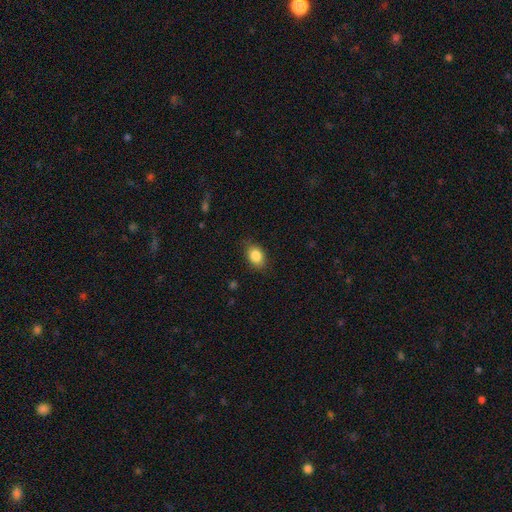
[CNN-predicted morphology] smooth_or_featured: smooth (p=0.86) [alt: star or artifact p=0.08]
how_rounded: in between (p=0.76) [alt: round p=0.22]
merging: none (p=0.81) [alt: minor disturbance p=0.15]